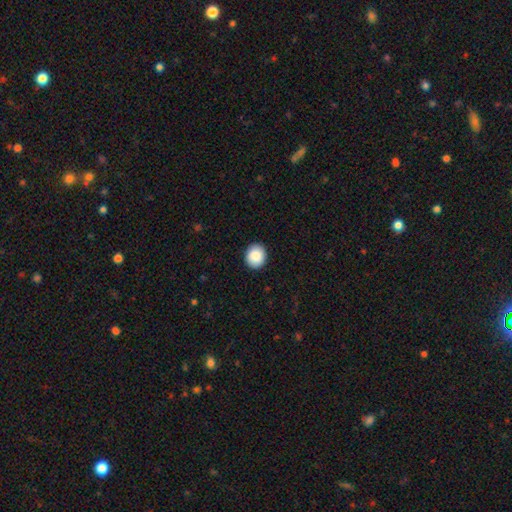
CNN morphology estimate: Smooth or featured? Predicted: smooth (p=0.88). How rounded? Predicted: round (p=0.69). Merging? Predicted: none (p=0.91).